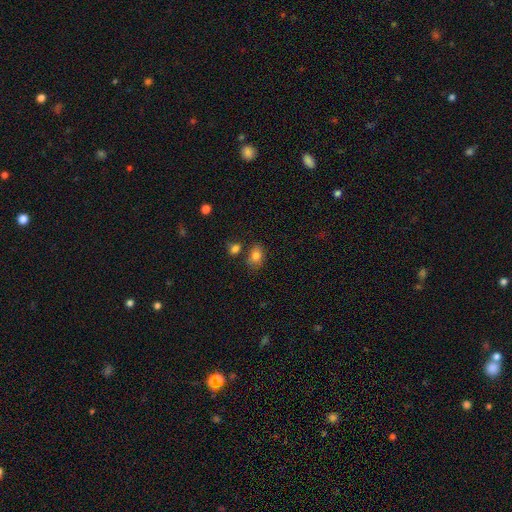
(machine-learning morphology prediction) smooth_or_featured: smooth (p=0.83) [alt: star or artifact p=0.10]
how_rounded: in between (p=0.75) [alt: round p=0.24]
merging: none (p=0.70) [alt: minor disturbance p=0.16]